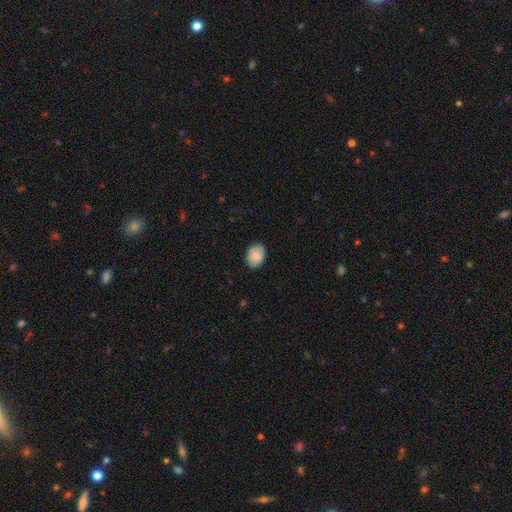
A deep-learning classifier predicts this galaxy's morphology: smooth 81%, featured or disk 11%, star or artifact 7%. Down the decision tree: how rounded — in between (62%); merging — none (83%).